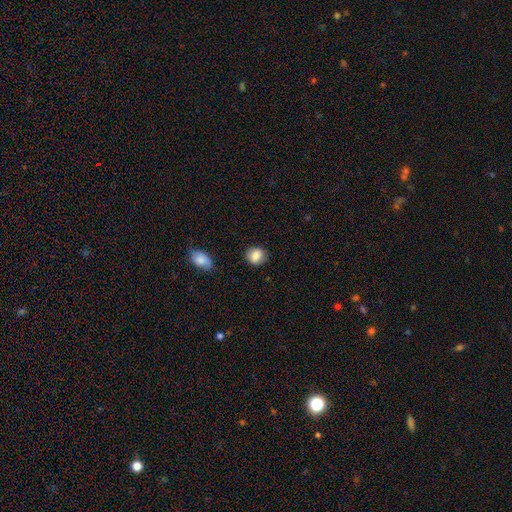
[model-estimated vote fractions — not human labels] smooth-or-featured: smooth: 81% | featured or disk: 10% | star or artifact: 8%
  how-rounded: round: 68% | in between: 31% | cigar-shaped: 1%
  merging: none: 84% | minor disturbance: 12% | major disturbance: 3% | merger: 2%